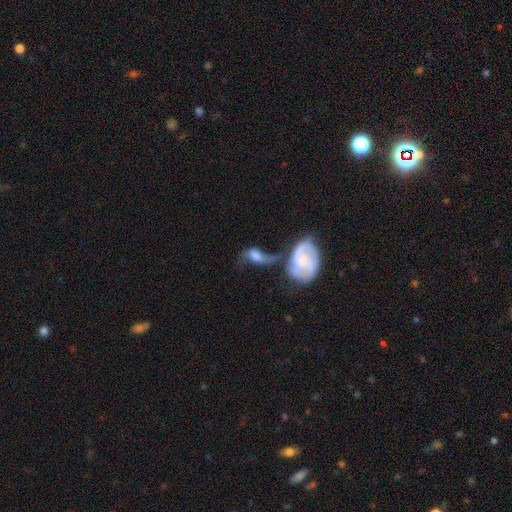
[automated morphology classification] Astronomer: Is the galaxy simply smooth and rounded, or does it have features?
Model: featured or disk — 56% (runner-up: smooth, 35%).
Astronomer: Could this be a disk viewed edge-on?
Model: no — 92%.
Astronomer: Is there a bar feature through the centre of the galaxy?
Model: no — 58%.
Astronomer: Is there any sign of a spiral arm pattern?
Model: yes — 76%.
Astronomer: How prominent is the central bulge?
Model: small — 31%, tied with moderate at 31%.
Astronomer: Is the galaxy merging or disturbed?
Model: merger — 54%.